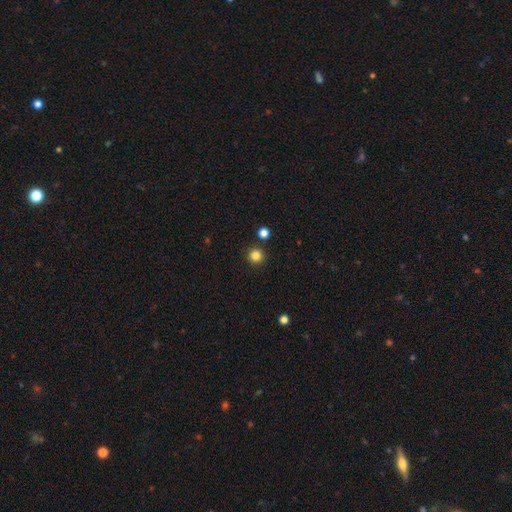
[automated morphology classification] Smooth or featured: smooth — 83% (star or artifact — 13%)
How rounded: round — 96% (in between — 3%)
Merging: none — 90% (minor disturbance — 5%)